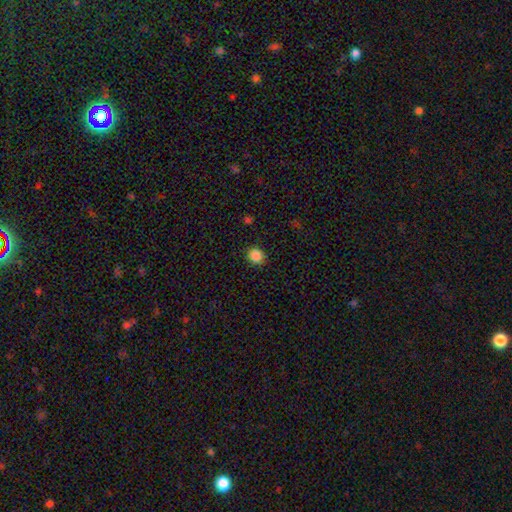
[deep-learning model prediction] A smooth galaxy with no disk features (86%) that is round (87%).

Vote fractions:
- Smooth or featured? smooth: 86% / star or artifact: 11% / featured or disk: 3%
- How rounded? round: 87% / in between: 12% / cigar-shaped: 1%
- Merging? none: 90% / minor disturbance: 7% / major disturbance: 2% / merger: 1%